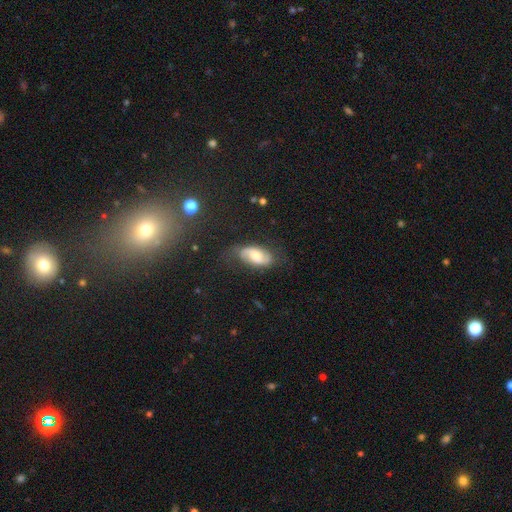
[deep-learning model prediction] A featured or disk galaxy (51%).

Vote fractions:
- Smooth or featured? featured or disk: 51% / smooth: 40% / star or artifact: 8%
- Edge-on disk? no: 92% / yes: 8%
- Merging? none: 61% / minor disturbance: 25% / major disturbance: 11% / merger: 2%